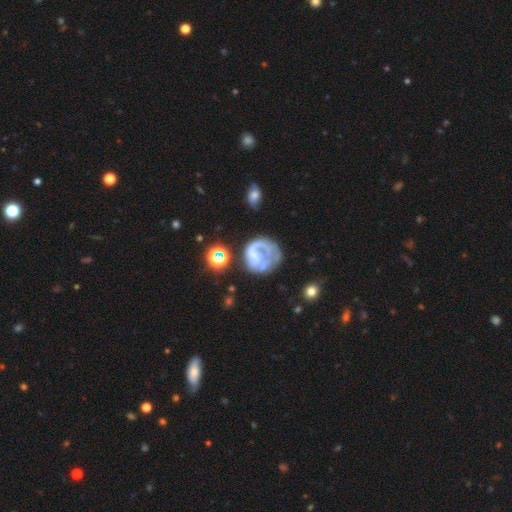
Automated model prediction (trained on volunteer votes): smooth-or-featured: featured or disk: 66% | smooth: 24% | star or artifact: 10%
  disk-edge-on: no: 98% | yes: 2%
    bar: no: 69% | weak: 22% | strong: 9%
    has-spiral-arms: yes: 53% | no: 47%
    bulge-size: none: 68% | small: 13% | moderate: 11% | large: 5% | dominant: 2%
  merging: none: 39% | major disturbance: 36% | minor disturbance: 19% | merger: 6%